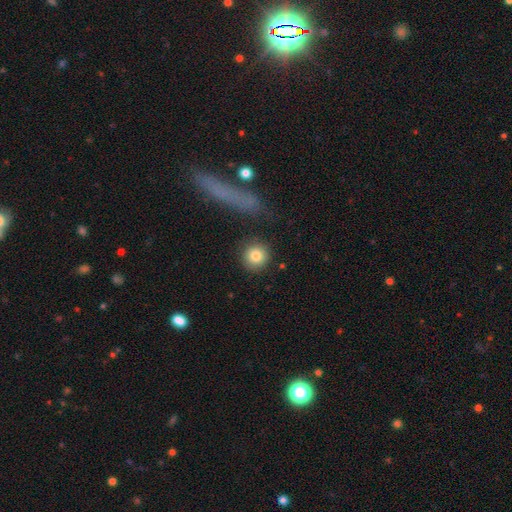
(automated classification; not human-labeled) Smooth or featured? Predicted: smooth (p=0.83). How rounded? Predicted: round (p=0.94). Merging? Predicted: none (p=0.87).